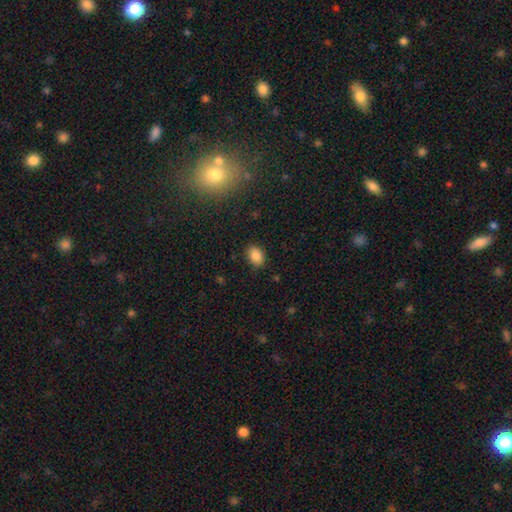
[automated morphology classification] Smooth or featured?
  - smooth: 86% *
  - star or artifact: 10%
  - featured or disk: 5%
How rounded?
  - in between: 72% *
  - round: 27%
  - cigar-shaped: 1%
Merging?
  - none: 86% *
  - minor disturbance: 11%
  - major disturbance: 3%
  - merger: 1%